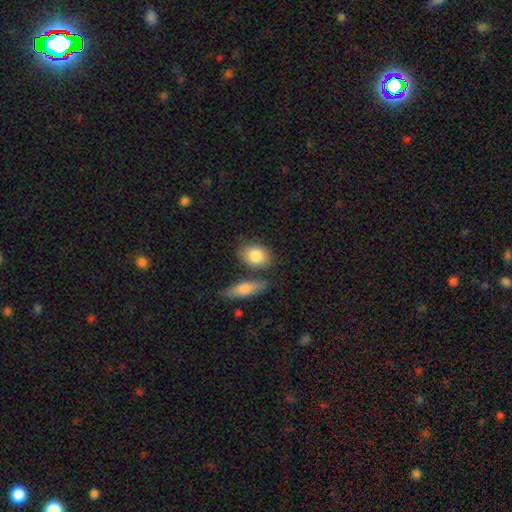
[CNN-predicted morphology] A smooth galaxy with no disk features (84%) that is in between round and cigar-shaped (66%).

Vote fractions:
- Smooth or featured? smooth: 84% / featured or disk: 10% / star or artifact: 6%
- How rounded? in between: 66% / round: 30% / cigar-shaped: 4%
- Merging? none: 68% / minor disturbance: 15% / merger: 14% / major disturbance: 4%